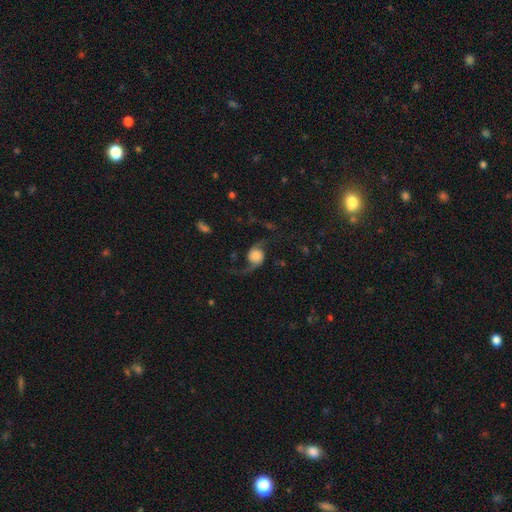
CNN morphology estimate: Overall: featured or disk (80%). Edge-on disk: no (96%). Bar: no (75%). Spiral arms: yes (96%). Spiral arm count: 2 (92%). Spiral winding: loose (86%). Bulge size: large (35%; dominant 34%). Merging: none (69%).